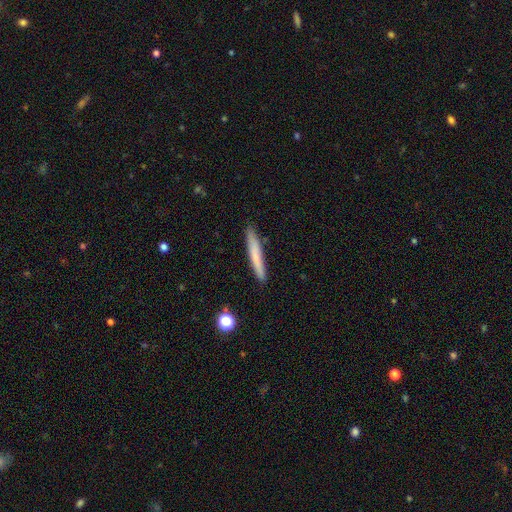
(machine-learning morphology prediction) smooth_or_featured: smooth (p=0.70) [alt: featured or disk p=0.24]
how_rounded: cigar-shaped (p=0.96) [alt: in between p=0.03]
merging: none (p=0.89) [alt: minor disturbance p=0.08]